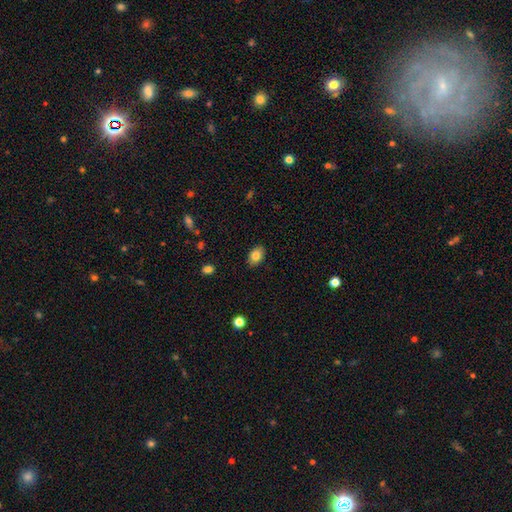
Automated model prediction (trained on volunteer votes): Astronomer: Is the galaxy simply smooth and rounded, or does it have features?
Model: smooth — 82%.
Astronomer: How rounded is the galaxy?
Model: in between — 83%.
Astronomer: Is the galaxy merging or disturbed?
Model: none — 87%.